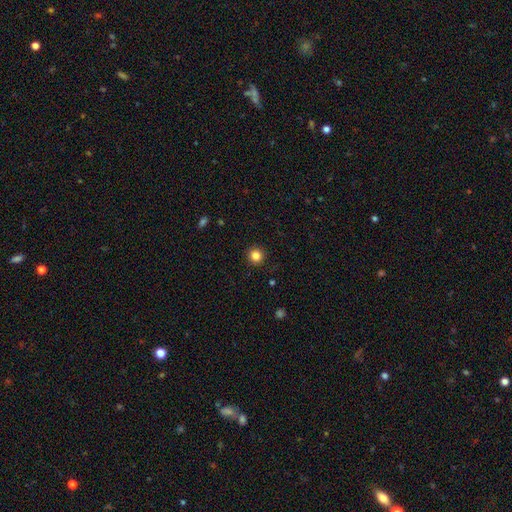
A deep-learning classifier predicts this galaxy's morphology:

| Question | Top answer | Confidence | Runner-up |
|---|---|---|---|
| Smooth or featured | smooth | 84% | star or artifact (12%) |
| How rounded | round | 94% | in between (5%) |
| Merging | none | 92% | minor disturbance (5%) |